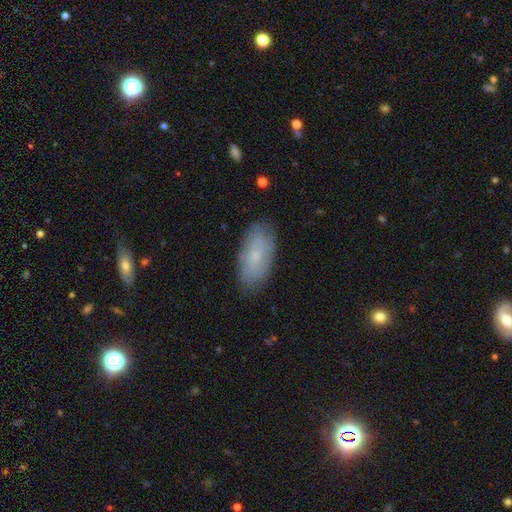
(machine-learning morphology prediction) This is likely a smooth galaxy (64%). How rounded: clearly in between (90%). Merging: clearly none (82%).